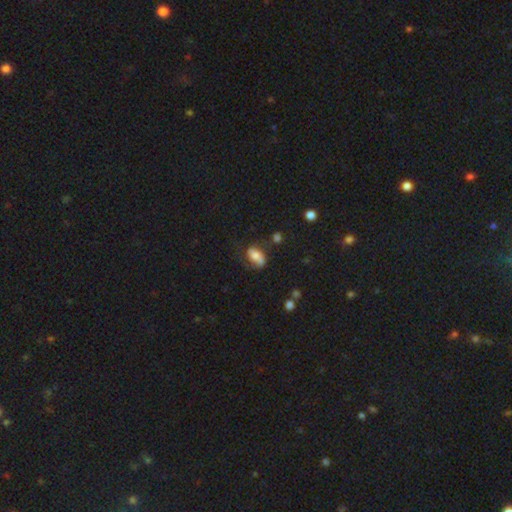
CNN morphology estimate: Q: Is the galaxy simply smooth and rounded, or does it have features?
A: smooth — 46%.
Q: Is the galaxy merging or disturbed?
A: none — 50%.